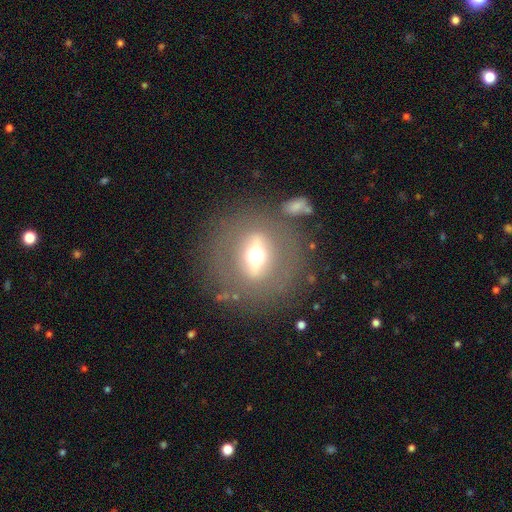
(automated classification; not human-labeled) featured or disk 60%, smooth 31%, star or artifact 9%. Down the decision tree: edge-on disk — no (63%); merging — none (77%).